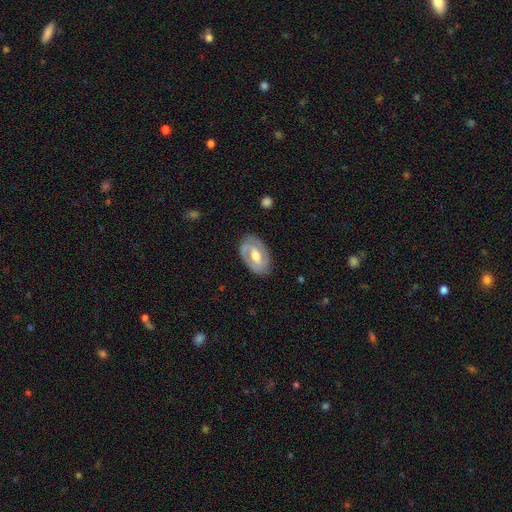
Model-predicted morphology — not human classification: A featured or disk galaxy (68%) with a weak bar (42%), spiral arms (61%) and a moderate central bulge (67%).

Vote fractions:
- Smooth or featured? featured or disk: 68% / smooth: 27% / star or artifact: 5%
- Edge-on disk? no: 93% / yes: 7%
- Bar? weak: 42% / strong: 30% / no: 28%
- Spiral arms? yes: 61% / no: 39%
- Bulge size? moderate: 67% / small: 17% / large: 13% / none: 2% / dominant: 1%
- Merging? none: 79% / minor disturbance: 15% / major disturbance: 5% / merger: 1%